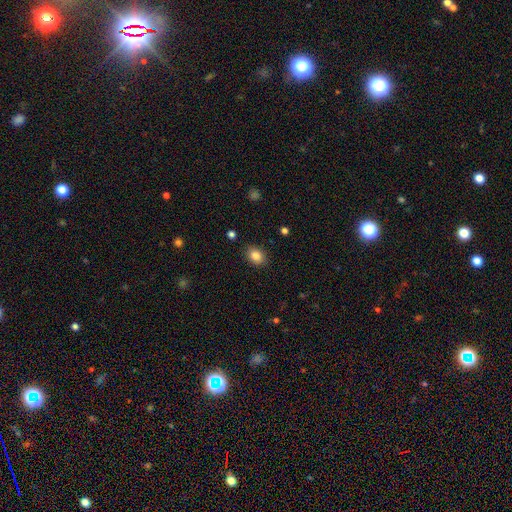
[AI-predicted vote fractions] A smooth galaxy with no disk features (85%) that is in between round and cigar-shaped (69%). Merging: none (87%).